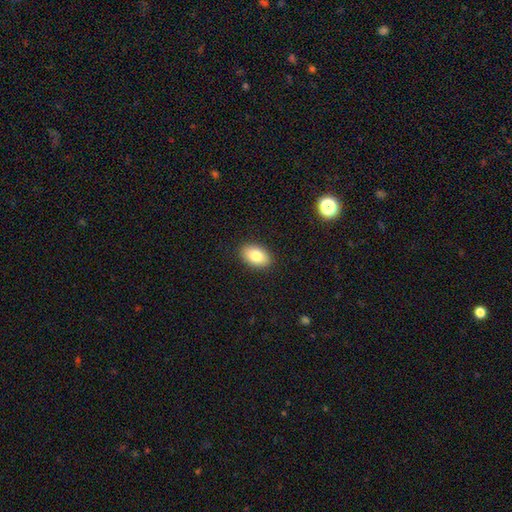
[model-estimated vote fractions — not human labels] Overall: smooth (83%). How rounded: in between (89%). Merging: none (89%).